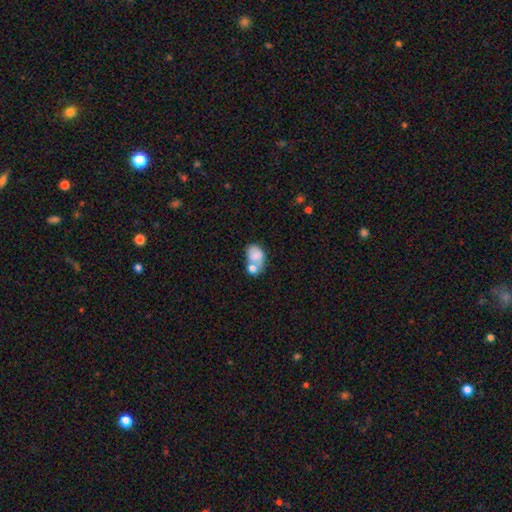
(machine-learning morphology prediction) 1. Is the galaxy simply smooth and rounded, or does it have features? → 73% smooth, 18% featured or disk, 9% star or artifact.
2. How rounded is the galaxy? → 75% in between, 24% round, 1% cigar-shaped.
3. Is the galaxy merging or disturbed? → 56% merger, 22% none, 13% minor disturbance, 9% major disturbance.